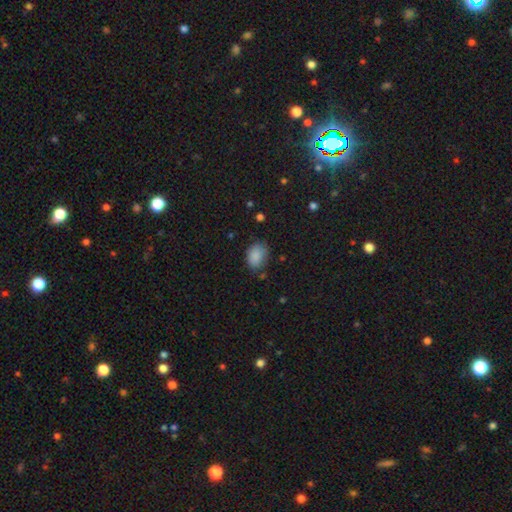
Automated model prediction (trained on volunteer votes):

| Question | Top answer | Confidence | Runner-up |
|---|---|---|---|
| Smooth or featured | smooth | 87% | star or artifact (8%) |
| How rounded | in between | 76% | round (23%) |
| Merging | none | 71% | minor disturbance (22%) |